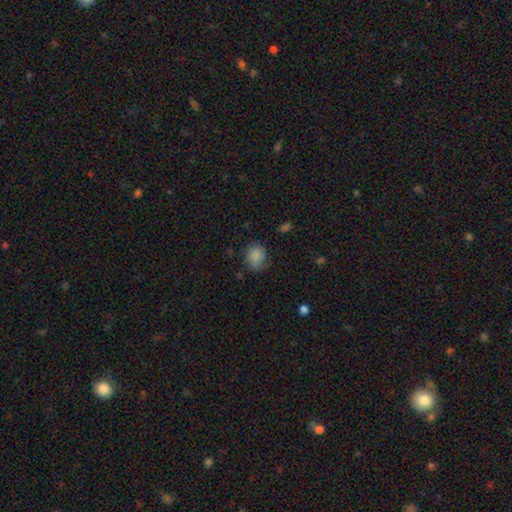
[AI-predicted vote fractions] Overall: smooth (83%). How rounded: round (72%). Merging: none (62%; minor disturbance 27%).